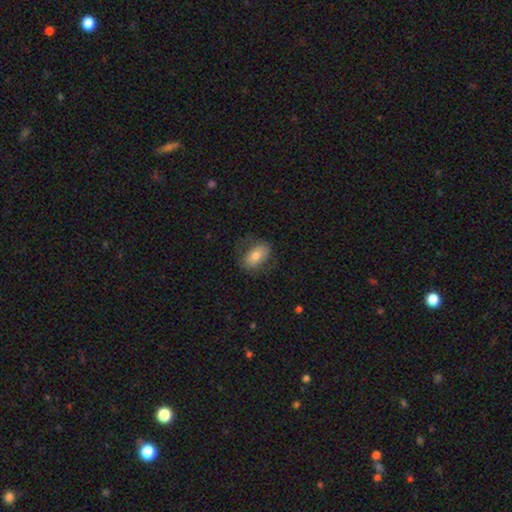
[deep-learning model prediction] smooth_or_featured: smooth (p=0.69) [alt: featured or disk p=0.23]
how_rounded: in between (p=0.87) [alt: round p=0.11]
merging: none (p=0.71) [alt: minor disturbance p=0.18]